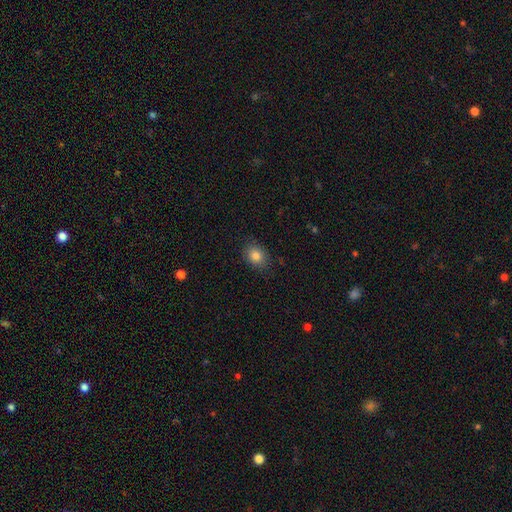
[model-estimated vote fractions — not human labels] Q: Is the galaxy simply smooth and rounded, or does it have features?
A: smooth — 83%.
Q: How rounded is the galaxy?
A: in between — 57%.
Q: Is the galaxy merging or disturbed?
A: none — 84%.